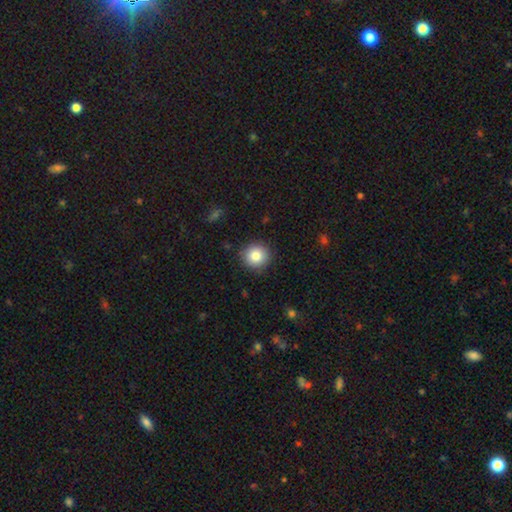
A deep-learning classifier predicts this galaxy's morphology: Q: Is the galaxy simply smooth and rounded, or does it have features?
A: smooth — 84%.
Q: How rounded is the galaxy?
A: round — 92%.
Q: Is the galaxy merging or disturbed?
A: none — 89%.